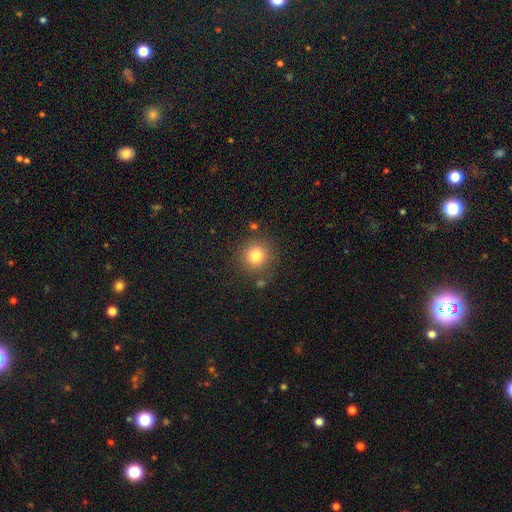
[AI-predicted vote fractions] Smooth or featured? Predicted: smooth (p=0.81). How rounded? Predicted: round (p=0.93). Merging? Predicted: none (p=0.84).